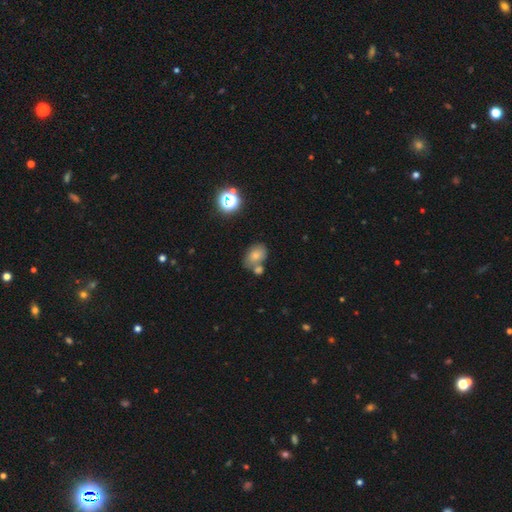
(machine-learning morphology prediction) A smooth galaxy with no disk features (71%) that is in between round and cigar-shaped (77%).

Vote fractions:
- Smooth or featured? smooth: 71% / star or artifact: 14% / featured or disk: 14%
- How rounded? in between: 77% / round: 21% / cigar-shaped: 1%
- Merging? none: 50% / merger: 31% / minor disturbance: 14% / major disturbance: 5%